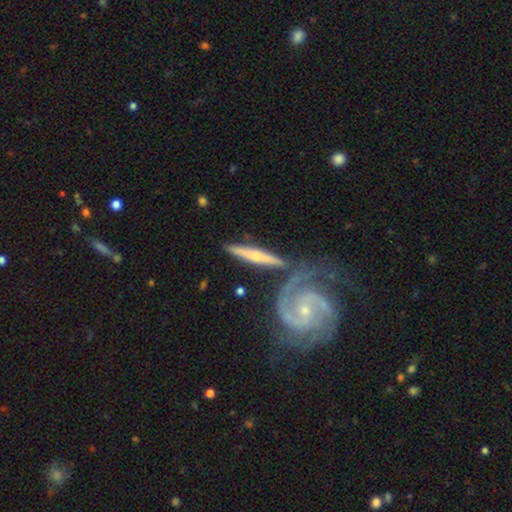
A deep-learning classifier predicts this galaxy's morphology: type=featured or disk (84%); edge-on=no (74%); bar=no (46%); spiral arms=yes (96%); winding=tight (55%); arm count=2 (74%); bulge=small (74%); merging=none (60%).